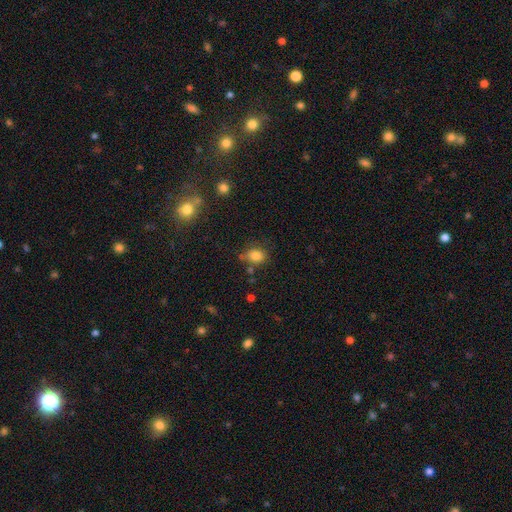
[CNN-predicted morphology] Overall: smooth (82%). How rounded: in between (56%; round 43%). Merging: none (69%).